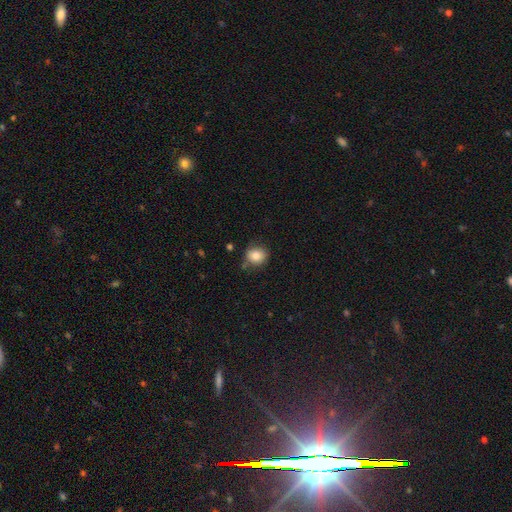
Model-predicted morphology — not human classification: This is clearly a smooth galaxy (83%). How rounded: likely round (72%). Merging: likely none (75%).